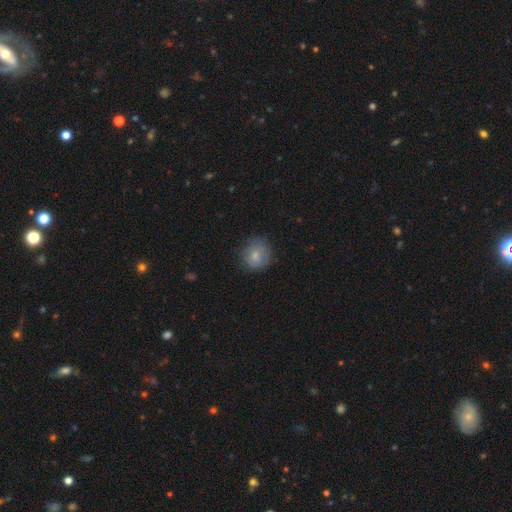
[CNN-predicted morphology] Smooth or featured? smooth (70%)
How rounded? round (77%)
Merging? none (66%)